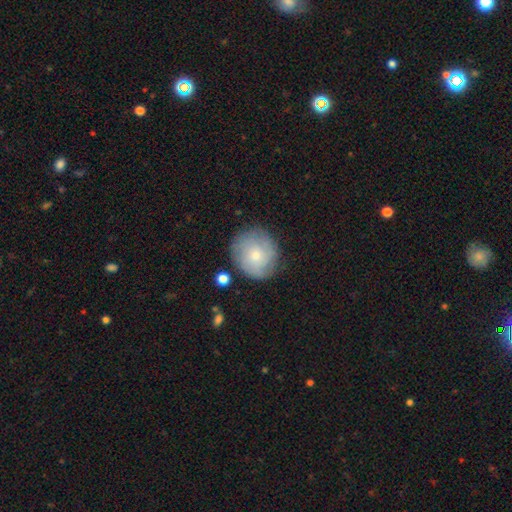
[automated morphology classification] Smooth or featured? Predicted: smooth (p=0.55). How rounded? Predicted: round (p=0.84). Merging? Predicted: none (p=0.77).